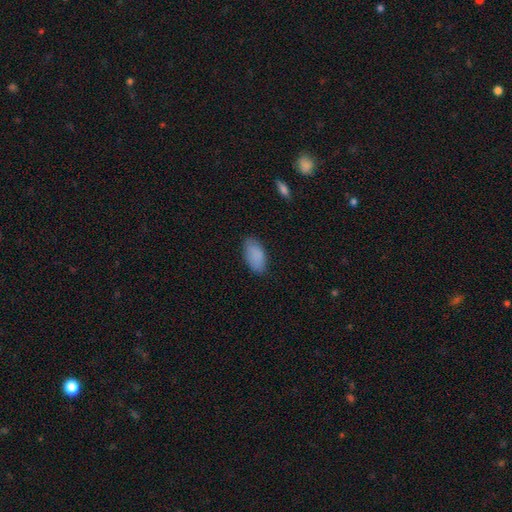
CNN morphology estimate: Smooth or featured? smooth (88%)
How rounded? in between (94%)
Merging? none (80%)